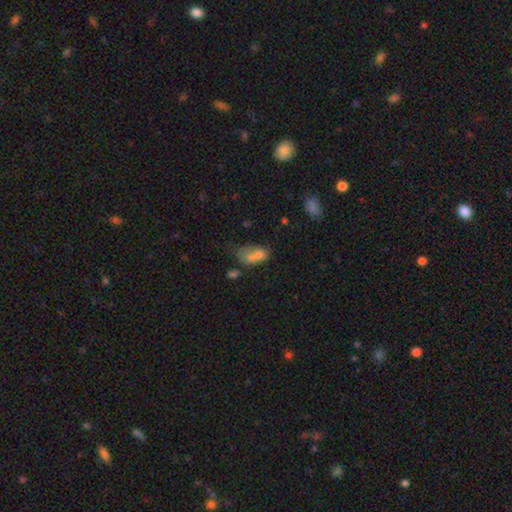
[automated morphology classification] A smooth galaxy with no disk features (65%) that is in between round and cigar-shaped (70%).

Vote fractions:
- Smooth or featured? smooth: 65% / featured or disk: 23% / star or artifact: 12%
- How rounded? in between: 70% / round: 27% / cigar-shaped: 3%
- Merging? merger: 62% / none: 18% / minor disturbance: 11% / major disturbance: 9%